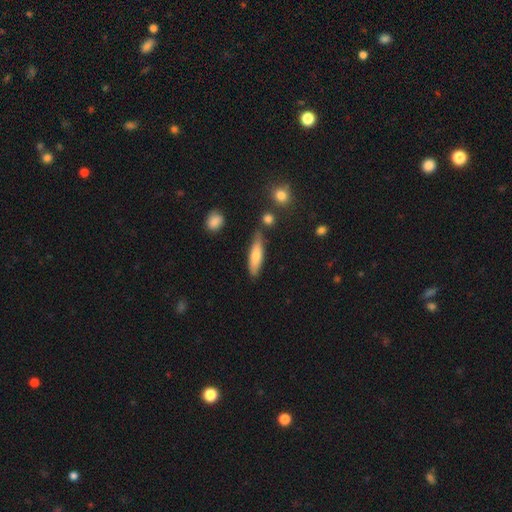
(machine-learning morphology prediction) A smooth galaxy with no disk features (68%) that is cigar-shaped (68%). Merging: none (75%).